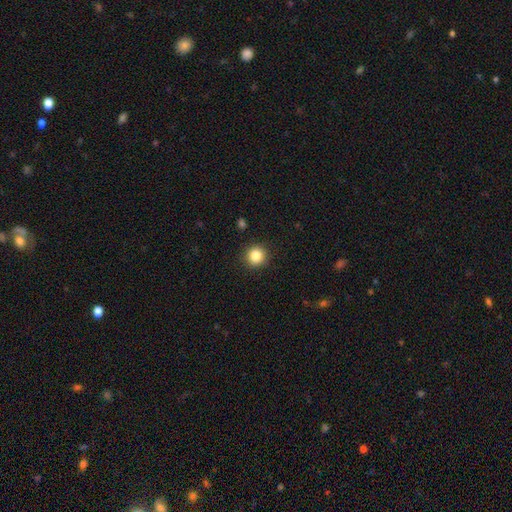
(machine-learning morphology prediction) smooth_or_featured: smooth (p=0.85) [alt: star or artifact p=0.11]
how_rounded: round (p=0.93) [alt: in between p=0.06]
merging: none (p=0.91) [alt: minor disturbance p=0.06]